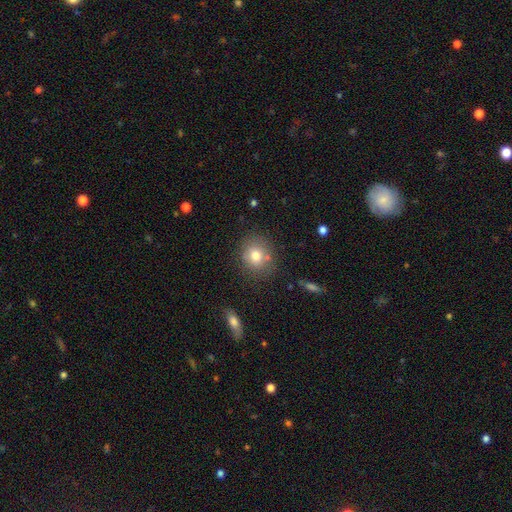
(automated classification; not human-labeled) Q: Smooth or featured?
A: smooth (77%); runner-up: featured or disk (12%)
Q: How rounded?
A: round (77%); runner-up: in between (22%)
Q: Merging?
A: none (75%); runner-up: minor disturbance (13%)